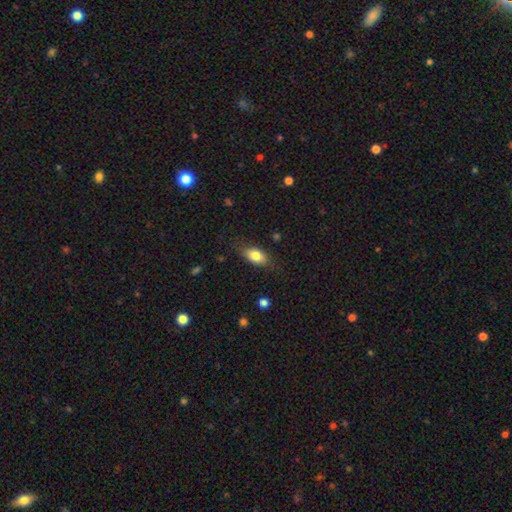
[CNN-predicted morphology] smooth_or_featured: smooth (p=0.77) [alt: featured or disk p=0.15]
how_rounded: in between (p=0.85) [alt: cigar-shaped p=0.08]
merging: none (p=0.77) [alt: minor disturbance p=0.18]